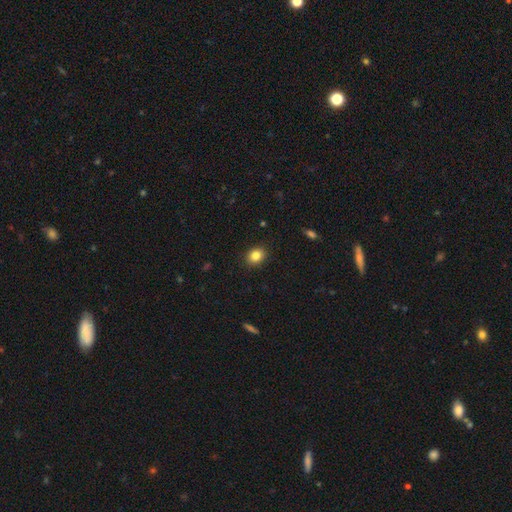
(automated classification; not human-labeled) A smooth galaxy with no disk features (84%) that is round (55%). Merging: none (90%).